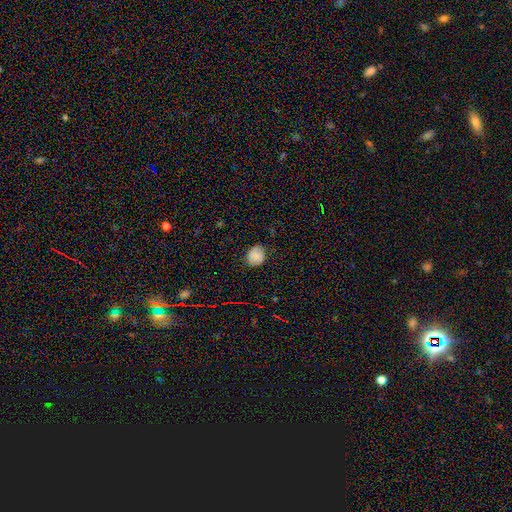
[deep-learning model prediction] Smooth or featured? smooth (82%)
How rounded? round (67%)
Merging? none (79%)